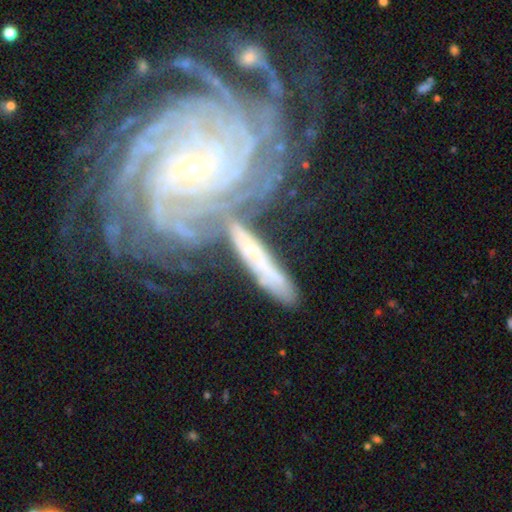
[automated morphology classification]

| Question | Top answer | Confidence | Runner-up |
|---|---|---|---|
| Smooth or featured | featured or disk | 78% | smooth (15%) |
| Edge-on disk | no | 80% | yes (20%) |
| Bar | no | 62% | weak (23%) |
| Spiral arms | yes | 94% | no (6%) |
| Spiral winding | tight | 81% | medium (15%) |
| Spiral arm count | can't tell | 32% | 4 (23%) |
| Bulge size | small | 79% | moderate (15%) |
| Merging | none | 53% | merger (24%) |